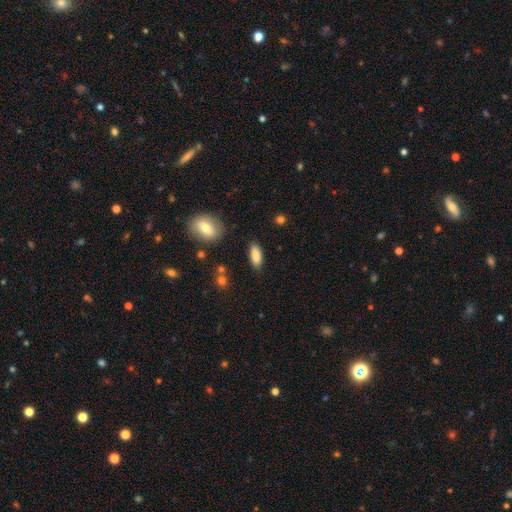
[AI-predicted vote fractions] A smooth galaxy with no disk features (84%) that is in between round and cigar-shaped (74%).

Vote fractions:
- Smooth or featured? smooth: 84% / featured or disk: 9% / star or artifact: 7%
- How rounded? in between: 74% / cigar-shaped: 23% / round: 2%
- Merging? none: 85% / minor disturbance: 10% / major disturbance: 2% / merger: 2%